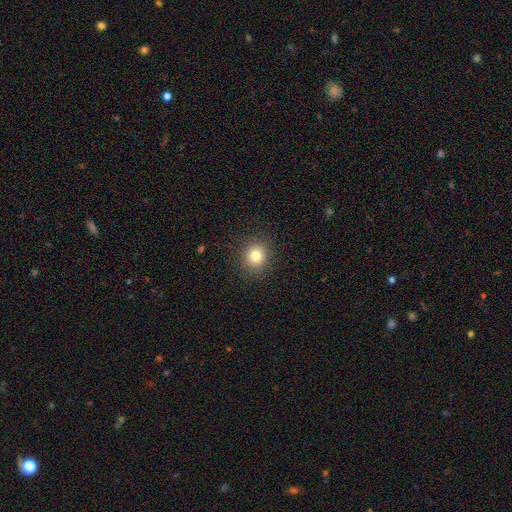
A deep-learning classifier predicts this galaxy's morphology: Smooth or featured? Predicted: smooth (p=0.80). How rounded? Predicted: round (p=0.84). Merging? Predicted: none (p=0.90).